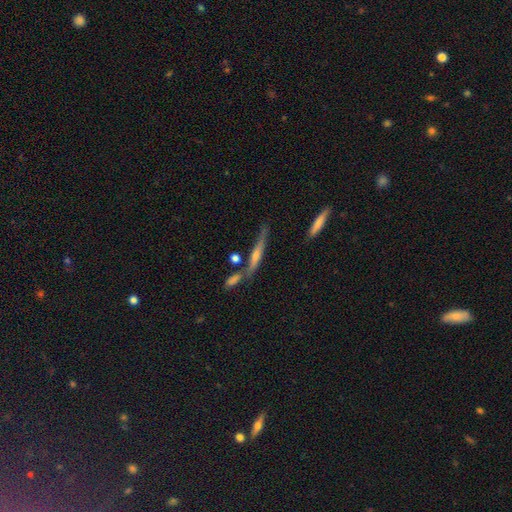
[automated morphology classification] smooth-or-featured: featured or disk: 68% | smooth: 21% | star or artifact: 11%
  disk-edge-on: yes: 93% | no: 7%
    edge-on-bulge: rounded: 75% | none: 16% | boxy: 9%
  merging: none: 68% | merger: 16% | minor disturbance: 12% | major disturbance: 4%